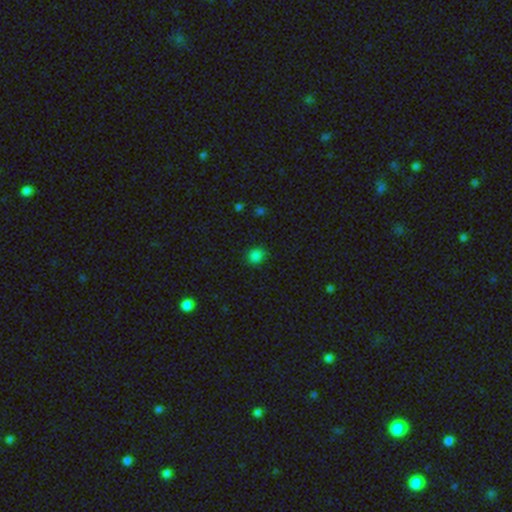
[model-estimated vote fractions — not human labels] Overall: smooth (82%). How rounded: round (80%). Merging: none (86%).